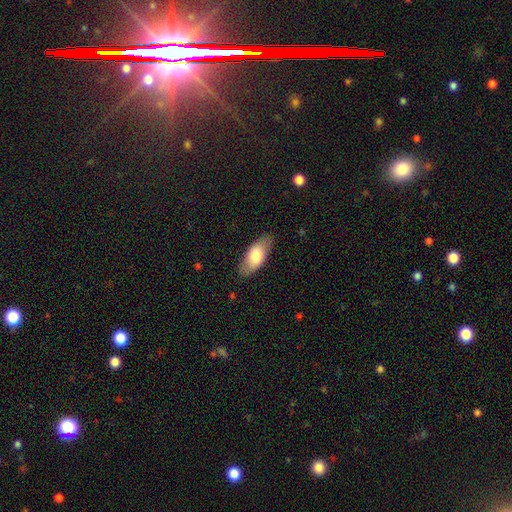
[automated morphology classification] Smooth or featured? Predicted: smooth (p=0.74). How rounded? Predicted: in between (p=0.85). Merging? Predicted: none (p=0.84).